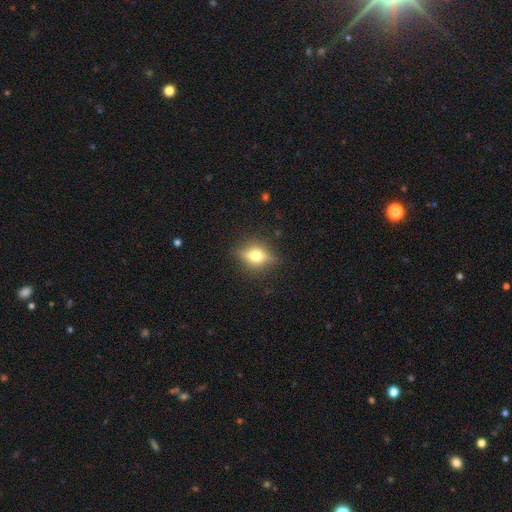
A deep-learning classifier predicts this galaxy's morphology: A featured or disk galaxy (51%) viewed edge-on (83%). Merging: none (82%).